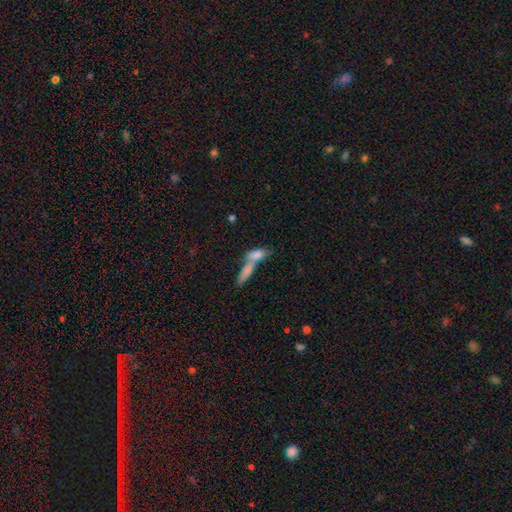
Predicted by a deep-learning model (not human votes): Overall: smooth (76%). How rounded: in between (59%; cigar-shaped 36%). Merging: merger (64%).